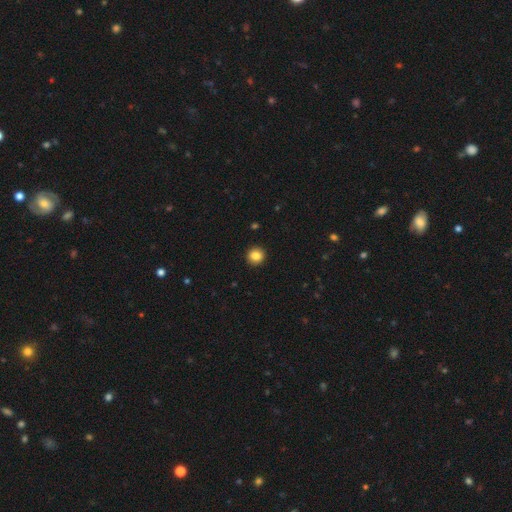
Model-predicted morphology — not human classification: Q: Smooth or featured?
A: smooth (85%); runner-up: star or artifact (10%)
Q: How rounded?
A: round (93%); runner-up: in between (6%)
Q: Merging?
A: none (93%); runner-up: minor disturbance (4%)